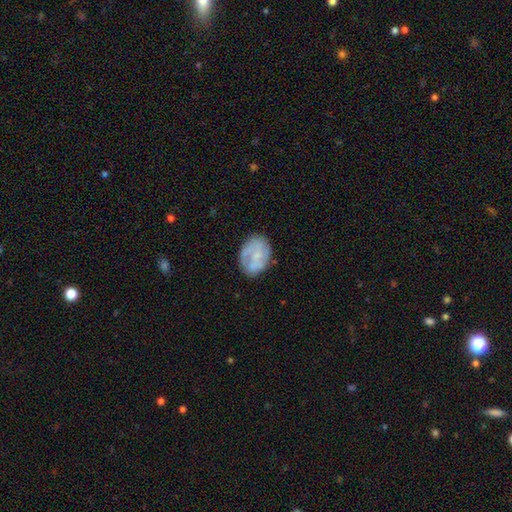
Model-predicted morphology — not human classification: This appears to be a featured or disk galaxy (49%). Merging: none (68%).